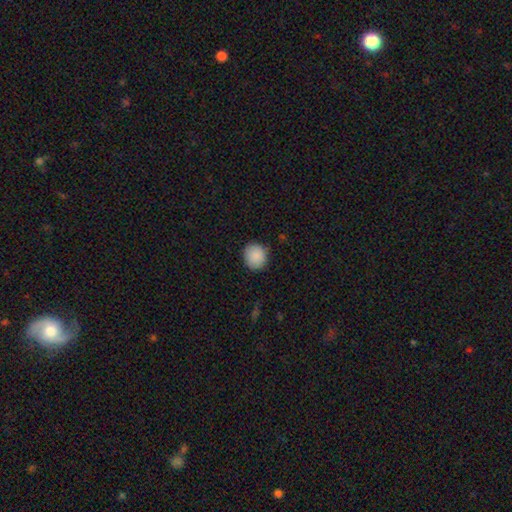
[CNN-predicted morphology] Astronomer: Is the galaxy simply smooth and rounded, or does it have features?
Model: smooth — 89%.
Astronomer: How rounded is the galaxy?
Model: round — 86%.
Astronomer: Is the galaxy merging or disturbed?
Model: none — 87%.